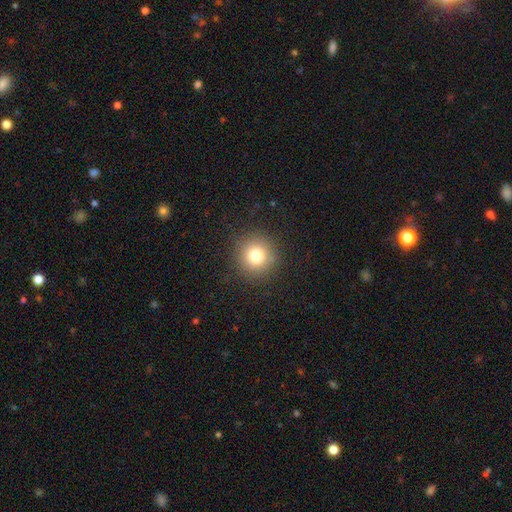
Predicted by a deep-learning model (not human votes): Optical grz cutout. It shows a smooth galaxy with no disk features (79%) that is round (94%). Merging: none (89%).